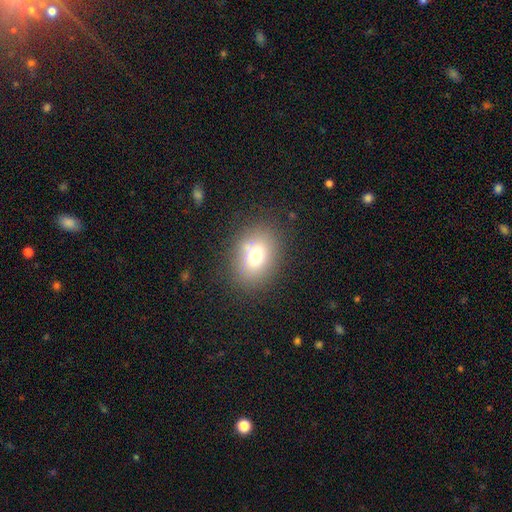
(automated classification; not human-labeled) This is likely a smooth galaxy (70%). How rounded: possibly in between (58%). Merging: likely none (80%).